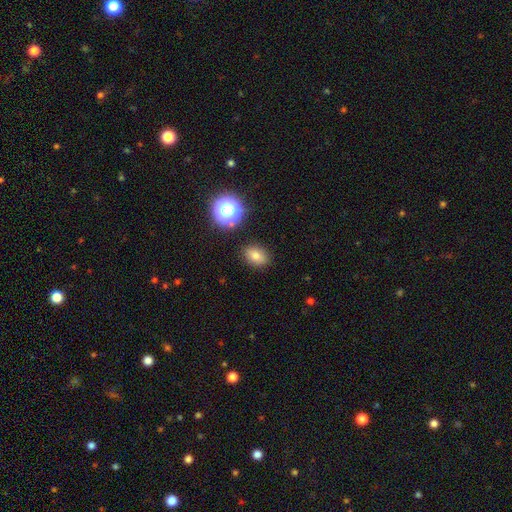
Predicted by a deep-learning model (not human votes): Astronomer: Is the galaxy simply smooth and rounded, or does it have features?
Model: smooth — 75%.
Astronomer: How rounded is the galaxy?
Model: in between — 70%.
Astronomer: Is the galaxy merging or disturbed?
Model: none — 85%.